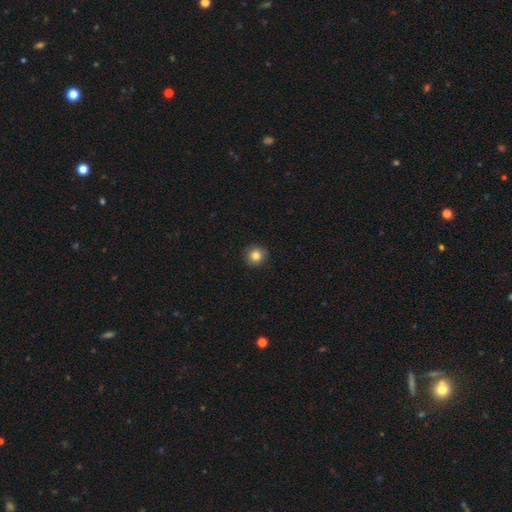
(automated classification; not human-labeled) A smooth galaxy with no disk features (84%) that is round (93%).

Vote fractions:
- Smooth or featured? smooth: 84% / star or artifact: 11% / featured or disk: 6%
- How rounded? round: 93% / in between: 6% / cigar-shaped: 1%
- Merging? none: 91% / minor disturbance: 7% / major disturbance: 2% / merger: 1%